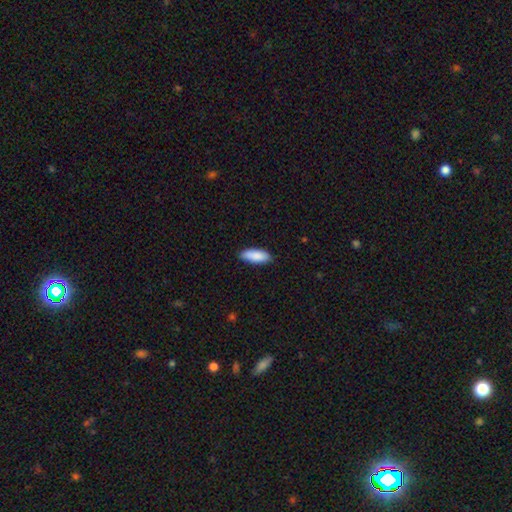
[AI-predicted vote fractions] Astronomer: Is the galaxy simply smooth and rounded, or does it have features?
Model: smooth — 89%.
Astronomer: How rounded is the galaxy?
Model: in between — 75%.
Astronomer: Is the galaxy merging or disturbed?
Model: none — 86%.